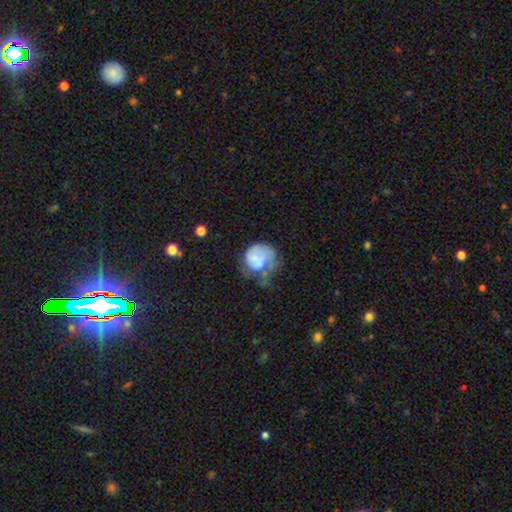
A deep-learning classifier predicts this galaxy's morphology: smooth-or-featured: smooth: 51% | featured or disk: 42% | star or artifact: 7%
  how-rounded: round: 69% | in between: 30% | cigar-shaped: 1%
  merging: major disturbance: 50% | minor disturbance: 24% | none: 22% | merger: 5%